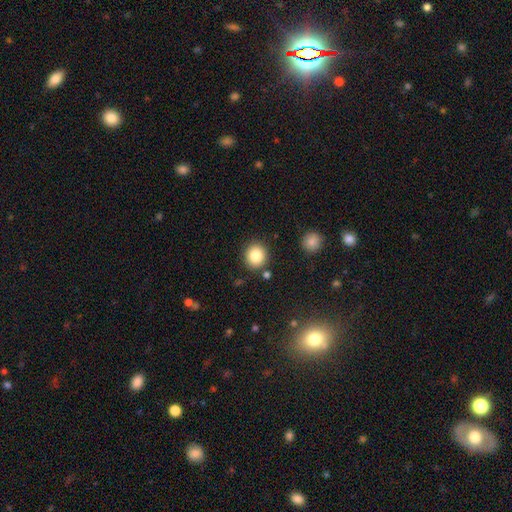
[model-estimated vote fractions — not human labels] A smooth galaxy with no disk features (84%) that is round (85%).

Vote fractions:
- Smooth or featured? smooth: 84% / star or artifact: 9% / featured or disk: 6%
- How rounded? round: 85% / in between: 14% / cigar-shaped: 1%
- Merging? none: 86% / minor disturbance: 8% / merger: 4% / major disturbance: 2%